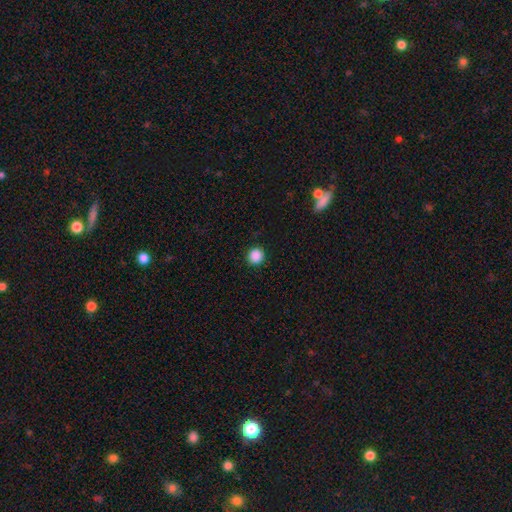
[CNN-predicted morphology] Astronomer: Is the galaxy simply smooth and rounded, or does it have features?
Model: smooth — 88%.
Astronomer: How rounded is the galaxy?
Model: round — 93%.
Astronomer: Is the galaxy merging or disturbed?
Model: none — 92%.